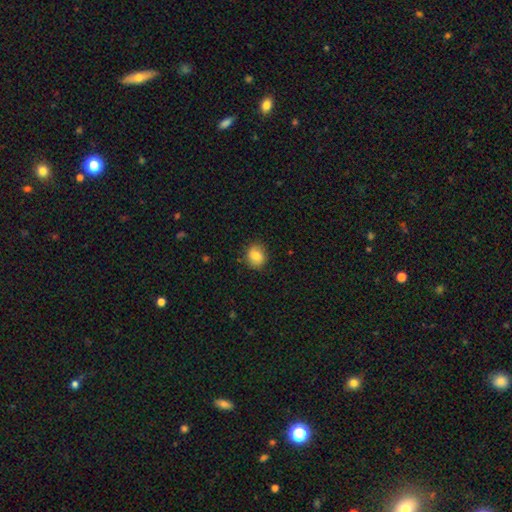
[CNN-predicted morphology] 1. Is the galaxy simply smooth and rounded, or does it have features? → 83% smooth, 9% star or artifact, 8% featured or disk.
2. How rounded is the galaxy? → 67% round, 32% in between, 1% cigar-shaped.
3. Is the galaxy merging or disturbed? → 82% none, 14% minor disturbance, 3% major disturbance, 1% merger.